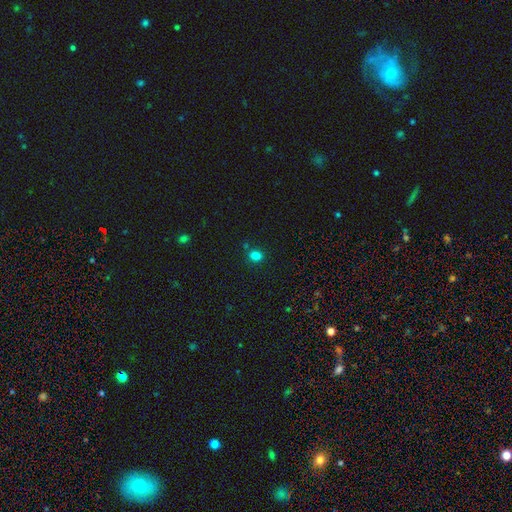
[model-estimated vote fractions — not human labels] Overall: smooth (80%). How rounded: round (66%; in between 33%). Merging: none (79%).